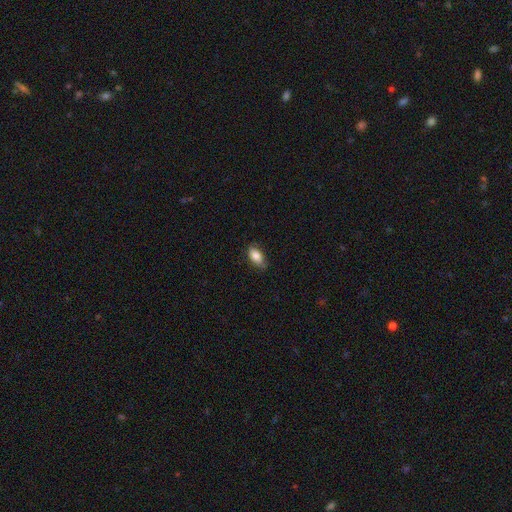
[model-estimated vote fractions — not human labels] A smooth galaxy with no disk features (80%) that is in between round and cigar-shaped (89%). Merging: none (75%).